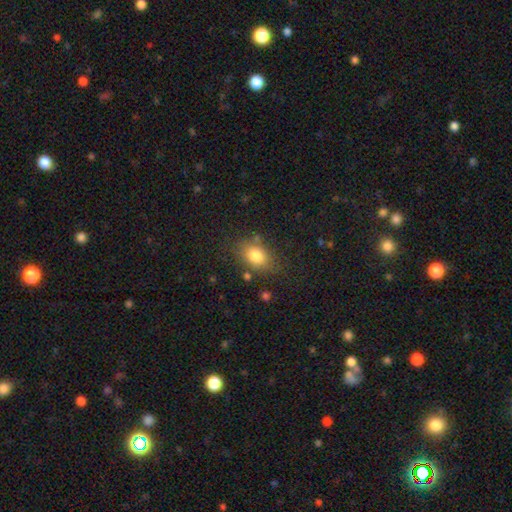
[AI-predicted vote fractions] A smooth galaxy with no disk features (81%) that is in between round and cigar-shaped (79%). Merging: none (74%).